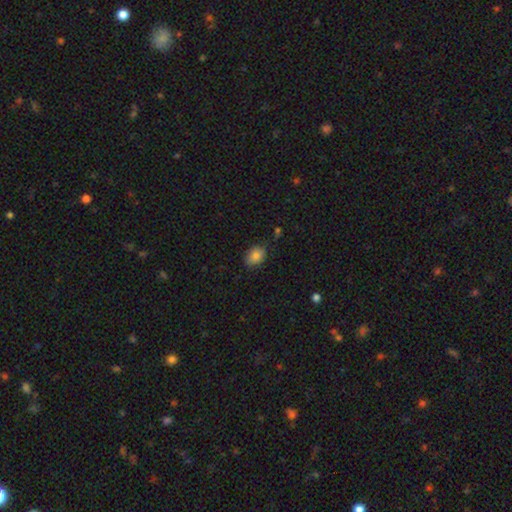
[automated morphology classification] type=smooth (84%); roundness=in between (70%); merging=none (76%).